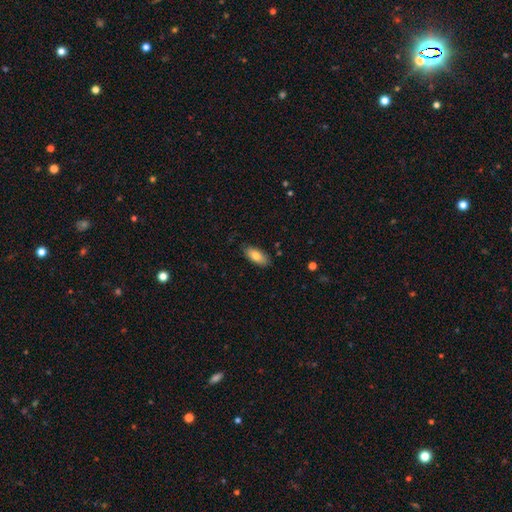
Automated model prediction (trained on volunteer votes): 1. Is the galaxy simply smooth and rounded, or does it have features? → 80% smooth, 14% featured or disk, 7% star or artifact.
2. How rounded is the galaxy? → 87% in between, 11% cigar-shaped, 2% round.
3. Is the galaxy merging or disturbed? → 82% none, 14% minor disturbance, 2% major disturbance, 1% merger.